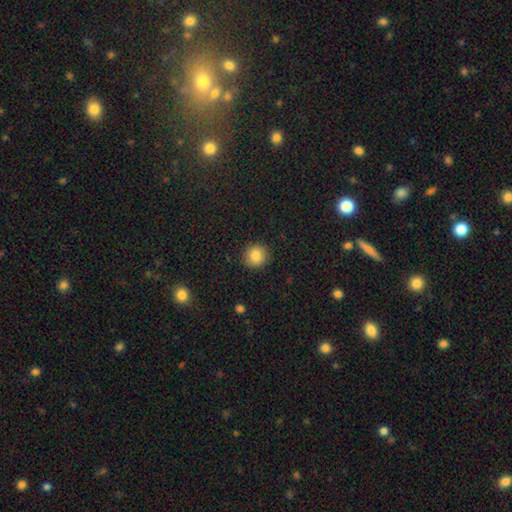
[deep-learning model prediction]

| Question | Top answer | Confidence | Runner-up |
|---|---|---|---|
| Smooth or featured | smooth | 85% | star or artifact (10%) |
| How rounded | round | 92% | in between (8%) |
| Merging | none | 91% | minor disturbance (6%) |